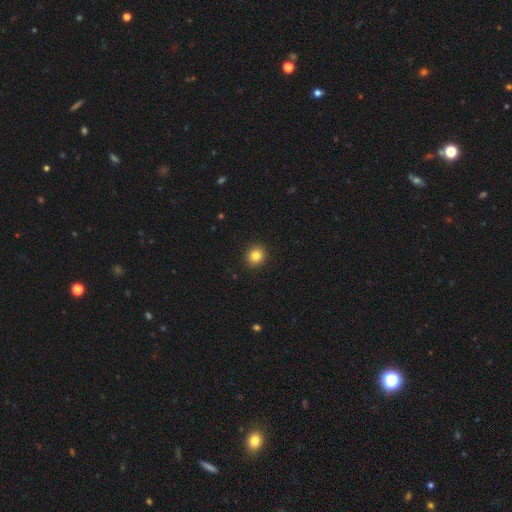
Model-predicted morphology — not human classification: Smooth or featured: smooth — 84% (star or artifact — 11%)
How rounded: round — 86% (in between — 13%)
Merging: none — 92% (minor disturbance — 5%)